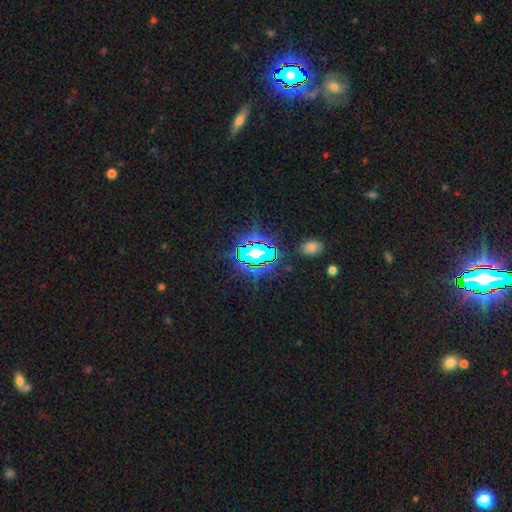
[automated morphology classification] smooth_or_featured: star or artifact (p=0.79) [alt: smooth p=0.13]